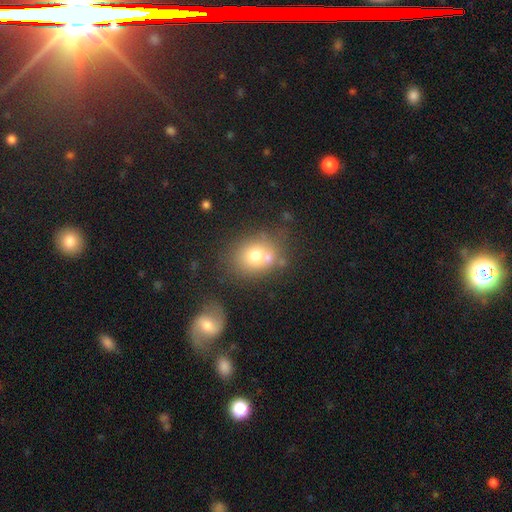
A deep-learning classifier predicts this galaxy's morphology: Smooth or featured?
  - smooth: 70% *
  - featured or disk: 18%
  - star or artifact: 12%
How rounded?
  - round: 56% *
  - in between: 43%
  - cigar-shaped: 1%
Merging?
  - none: 55% *
  - merger: 23%
  - minor disturbance: 16%
  - major disturbance: 7%